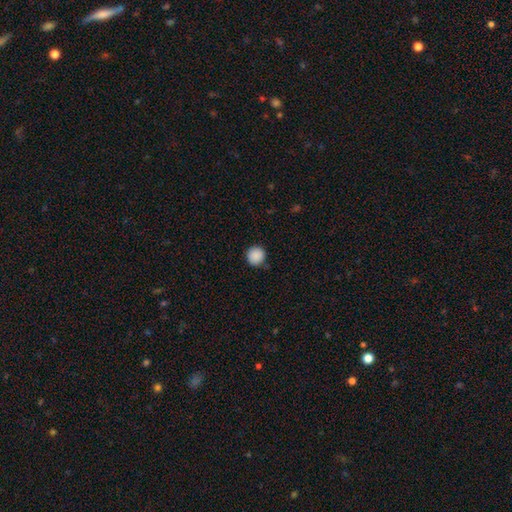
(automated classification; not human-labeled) smooth 89%, star or artifact 8%, featured or disk 3%. Down the decision tree: how rounded — round (95%); merging — none (88%).